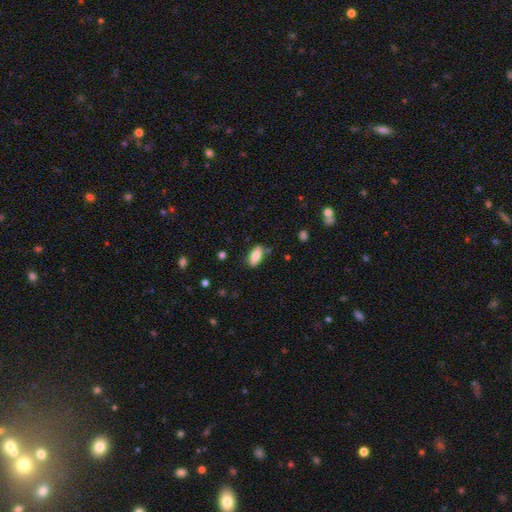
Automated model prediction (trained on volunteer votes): This appears to be a smooth galaxy with no disk features (80%) that is in between round and cigar-shaped (78%). Merging: none (82%).